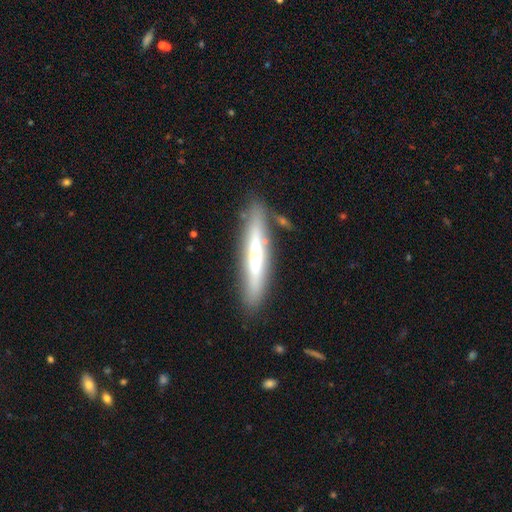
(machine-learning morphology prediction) type=featured or disk (48%); merging=none (81%).